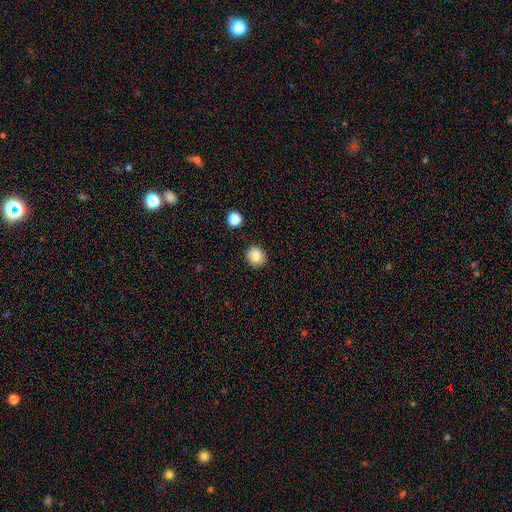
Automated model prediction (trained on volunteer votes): A smooth galaxy with no disk features (85%) that is round (81%).

Vote fractions:
- Smooth or featured? smooth: 85% / star or artifact: 9% / featured or disk: 5%
- How rounded? round: 81% / in between: 18% / cigar-shaped: 1%
- Merging? none: 89% / minor disturbance: 7% / major disturbance: 2% / merger: 2%